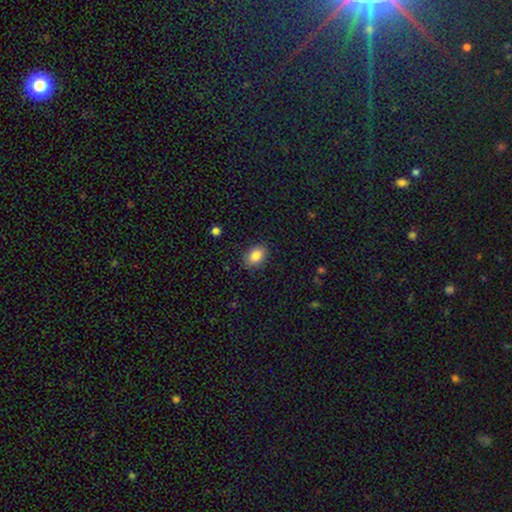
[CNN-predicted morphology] Smooth or featured: smooth — 86% (star or artifact — 8%)
How rounded: in between — 81% (round — 18%)
Merging: none — 87% (minor disturbance — 10%)